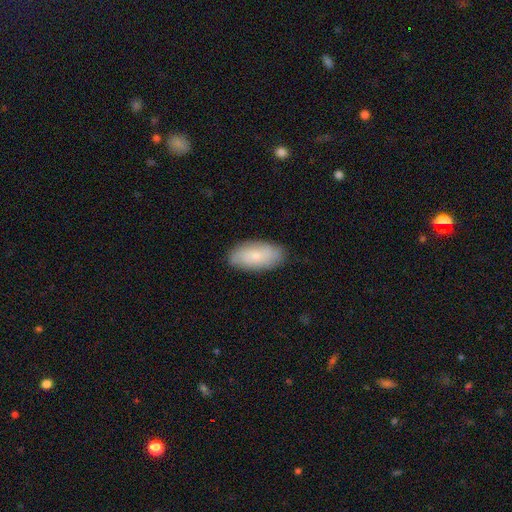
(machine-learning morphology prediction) Smooth or featured: smooth — 75% (featured or disk — 19%)
How rounded: in between — 92% (cigar-shaped — 5%)
Merging: none — 85% (minor disturbance — 12%)